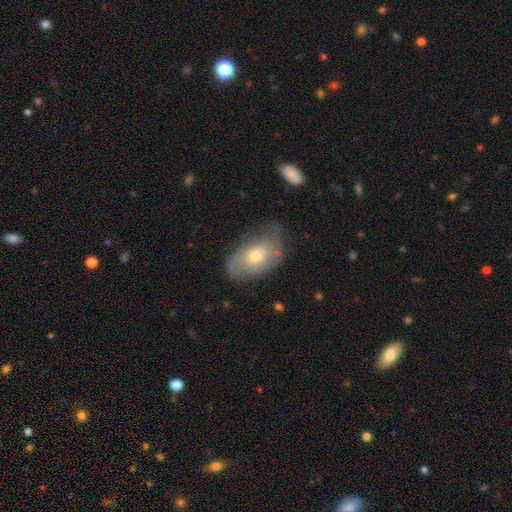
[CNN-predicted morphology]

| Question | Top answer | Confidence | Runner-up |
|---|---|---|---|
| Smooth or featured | featured or disk | 52% | smooth (41%) |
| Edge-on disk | no | 92% | yes (8%) |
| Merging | none | 57% | minor disturbance (29%) |